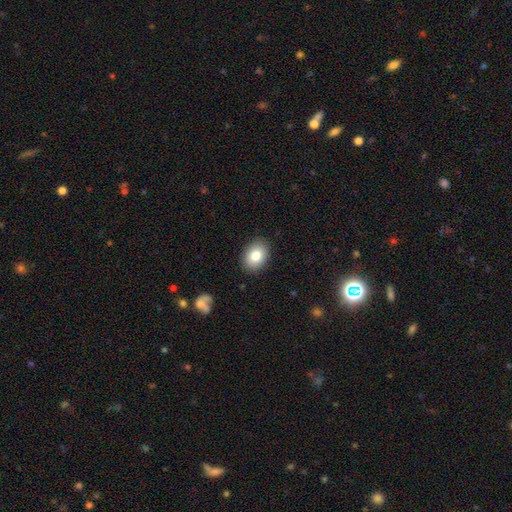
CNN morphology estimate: type=smooth (82%); roundness=in between (77%); merging=none (88%).